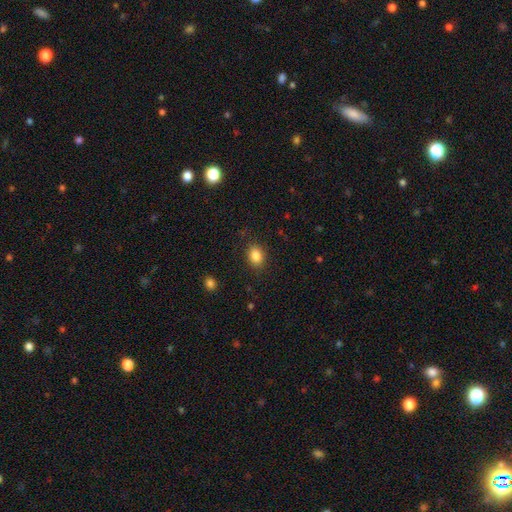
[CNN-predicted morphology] smooth_or_featured: smooth (p=0.85) [alt: star or artifact p=0.09]
how_rounded: in between (p=0.64) [alt: round p=0.35]
merging: none (p=0.86) [alt: minor disturbance p=0.10]